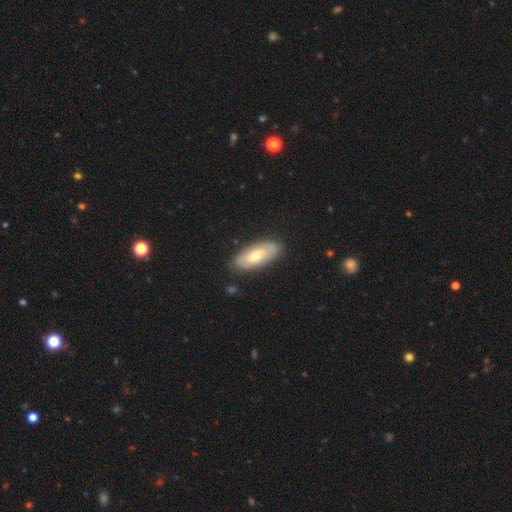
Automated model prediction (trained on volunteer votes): This appears to be a smooth galaxy with no disk features (54%) that is in between round and cigar-shaped (88%). Merging: none (84%).